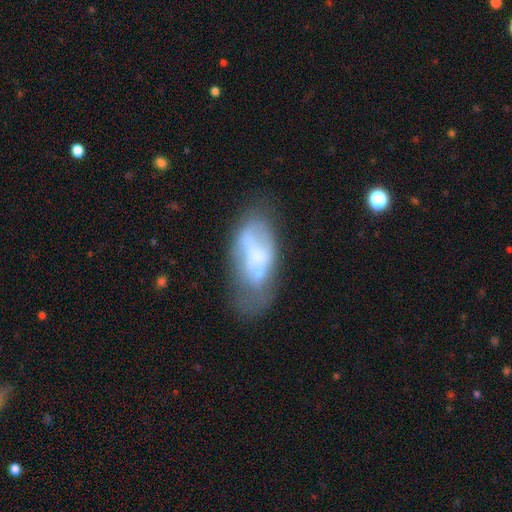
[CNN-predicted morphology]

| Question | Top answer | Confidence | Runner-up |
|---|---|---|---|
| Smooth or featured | featured or disk | 48% | smooth (43%) |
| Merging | none | 36% | minor disturbance (28%) |